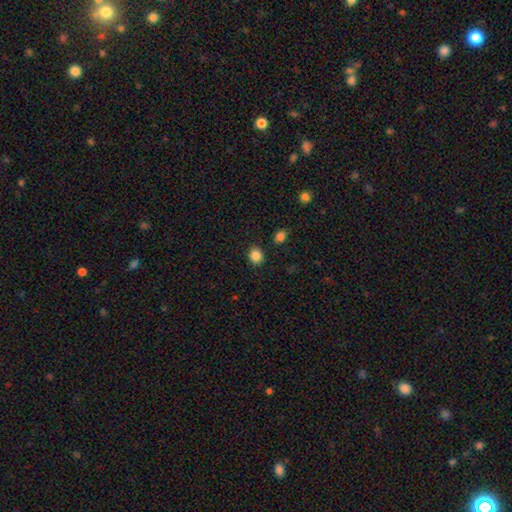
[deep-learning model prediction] Smooth or featured? smooth (86%)
How rounded? round (73%)
Merging? none (89%)